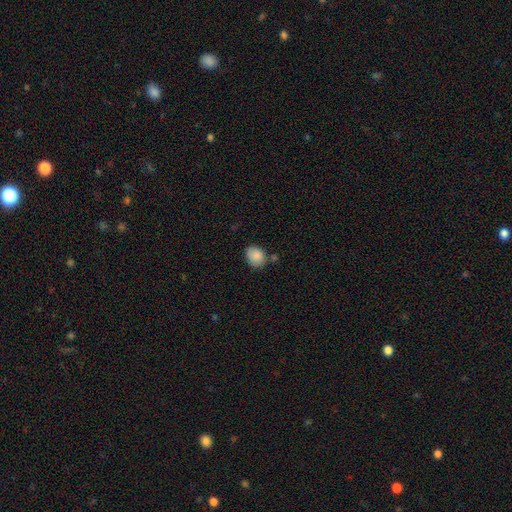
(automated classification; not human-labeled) Morphology: type=smooth (86%); roundness=in between (57%); merging=none (64%).